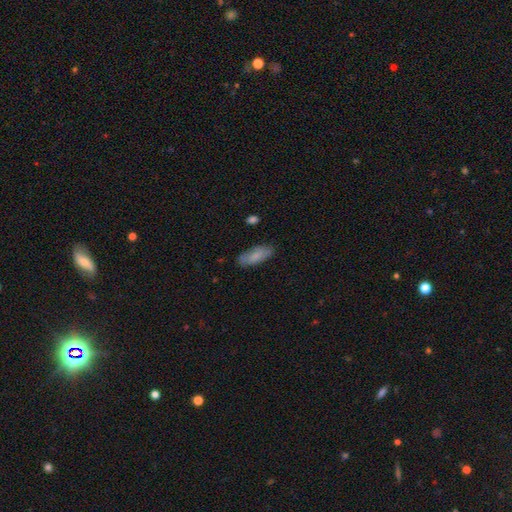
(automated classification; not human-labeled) smooth-or-featured: smooth: 79% | featured or disk: 15% | star or artifact: 6%
  how-rounded: in between: 73% | cigar-shaped: 25% | round: 2%
  merging: none: 80% | minor disturbance: 16% | major disturbance: 3% | merger: 1%